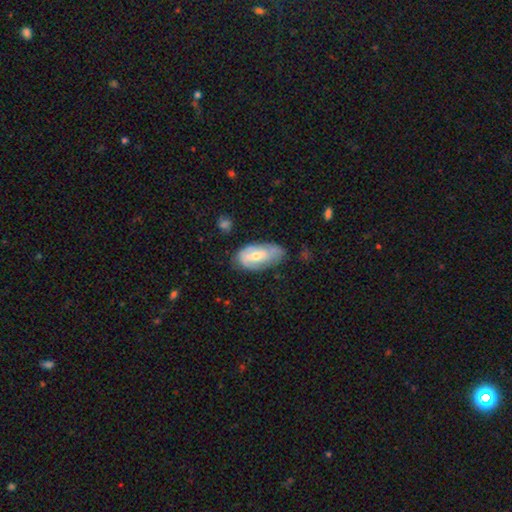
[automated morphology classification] A featured or disk galaxy (50%). Merging: none (53%).